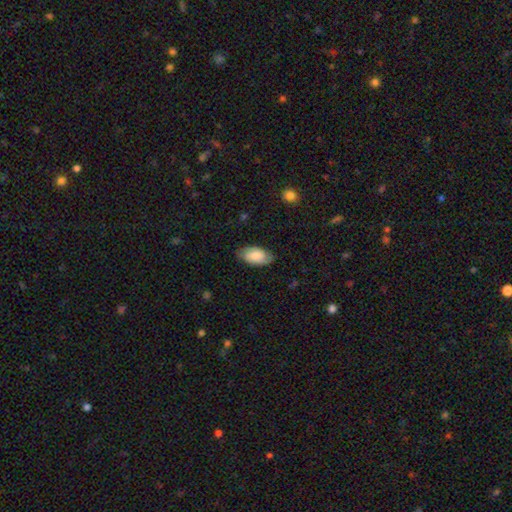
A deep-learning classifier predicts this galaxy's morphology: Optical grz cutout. It shows a smooth galaxy with no disk features (67%) that is in between round and cigar-shaped (94%). Merging: none (81%).